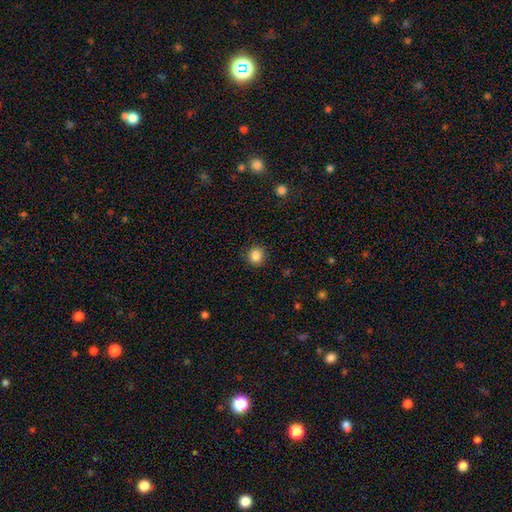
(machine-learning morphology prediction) A smooth galaxy with no disk features (86%) that is round (88%). Merging: none (88%).